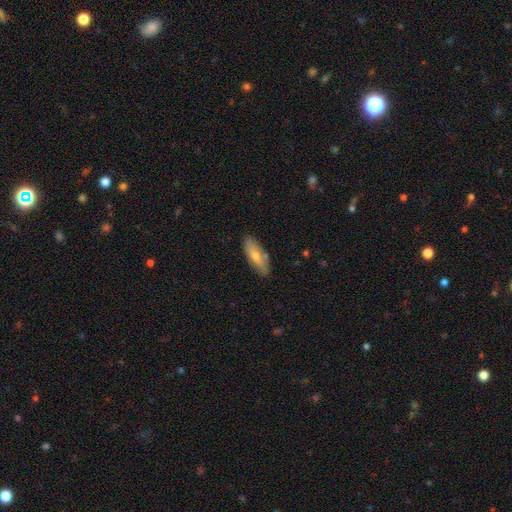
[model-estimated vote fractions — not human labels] Smooth or featured? Predicted: smooth (p=0.60). How rounded? Predicted: in between (p=0.53). Merging? Predicted: none (p=0.82).